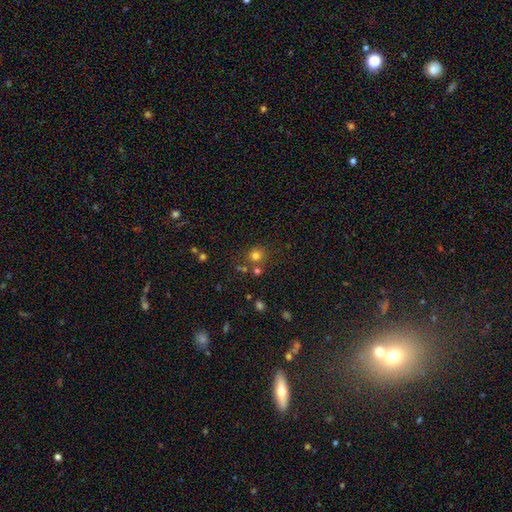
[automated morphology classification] This is likely a smooth galaxy (76%). How rounded: clearly round (88%). Merging: likely none (72%).